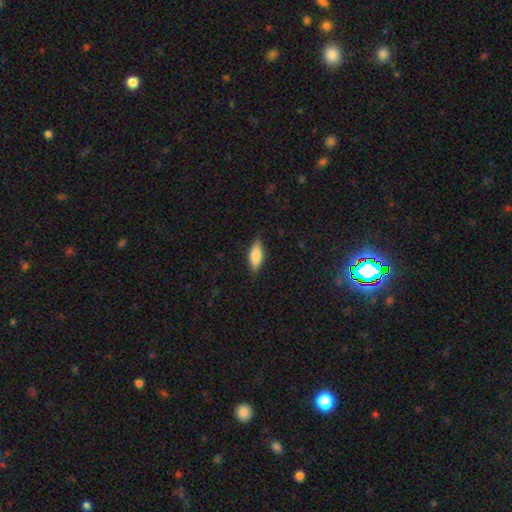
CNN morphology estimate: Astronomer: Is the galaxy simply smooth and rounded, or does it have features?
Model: smooth — 77%.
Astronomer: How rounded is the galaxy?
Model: in between — 71%.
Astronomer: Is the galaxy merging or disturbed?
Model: none — 83%.